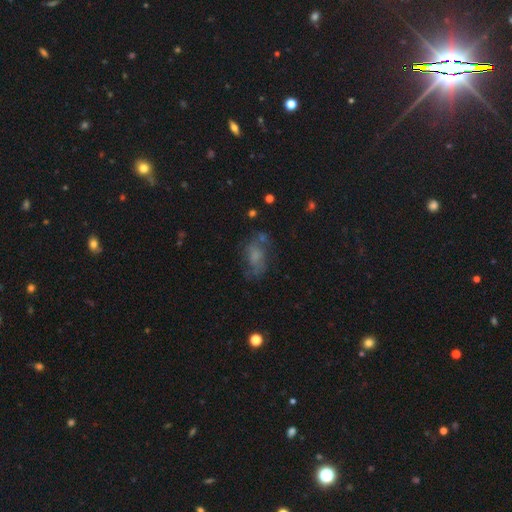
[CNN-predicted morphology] smooth 48%, featured or disk 37%, star or artifact 15%. Down the decision tree: merging — none (50%).